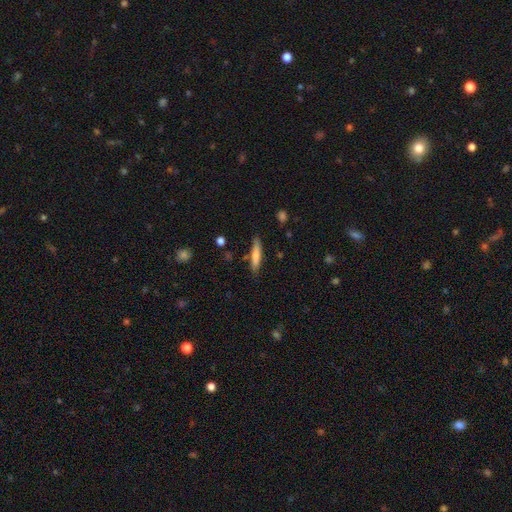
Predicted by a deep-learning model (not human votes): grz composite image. It shows a smooth galaxy with no disk features (68%) that is cigar-shaped (87%). Merging: none (82%).